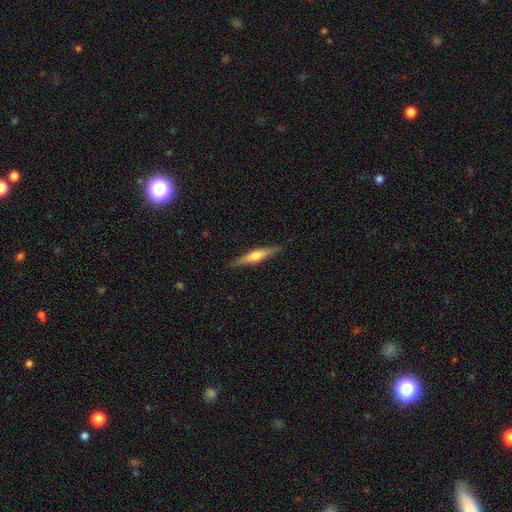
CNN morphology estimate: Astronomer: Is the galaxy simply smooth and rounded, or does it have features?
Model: featured or disk — 60%.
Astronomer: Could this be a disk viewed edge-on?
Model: yes — 96%.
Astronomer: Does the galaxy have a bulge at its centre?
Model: rounded — 86%.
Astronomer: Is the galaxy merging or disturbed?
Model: none — 89%.